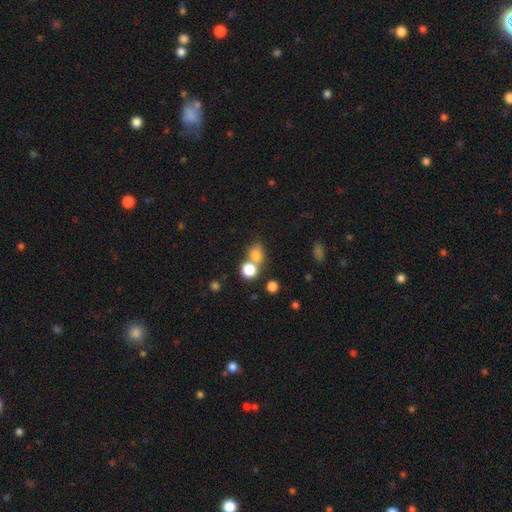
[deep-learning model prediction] Morphology: type=smooth (77%); roundness=round (60%); merging=none (48%).